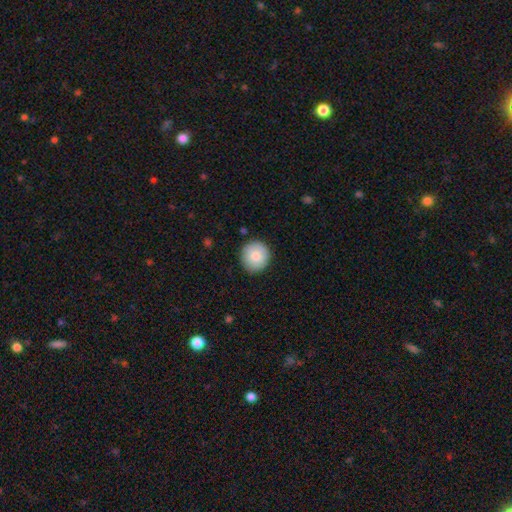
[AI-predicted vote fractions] Smooth or featured? Predicted: smooth (p=0.83). How rounded? Predicted: round (p=0.92). Merging? Predicted: none (p=0.89).